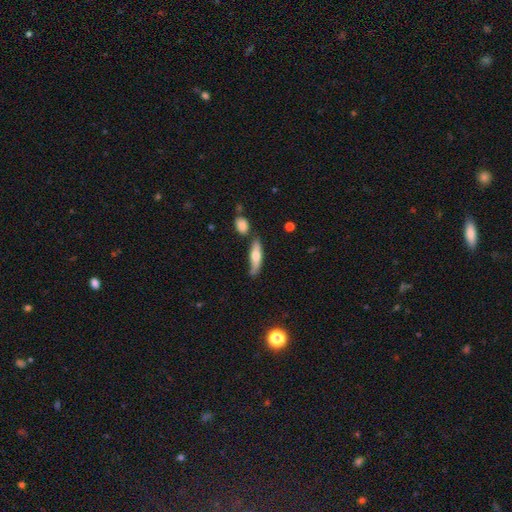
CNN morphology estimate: The model was most divided on "smooth or featured": smooth: 59%, featured or disk: 35%, star or artifact: 6%. More confident: how rounded — cigar-shaped (65%); merging — none (64%).